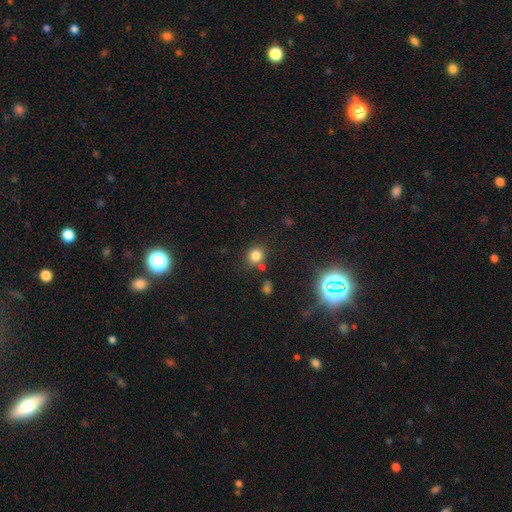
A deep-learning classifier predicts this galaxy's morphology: Smooth or featured? smooth (79%)
How rounded? round (78%)
Merging? none (74%)